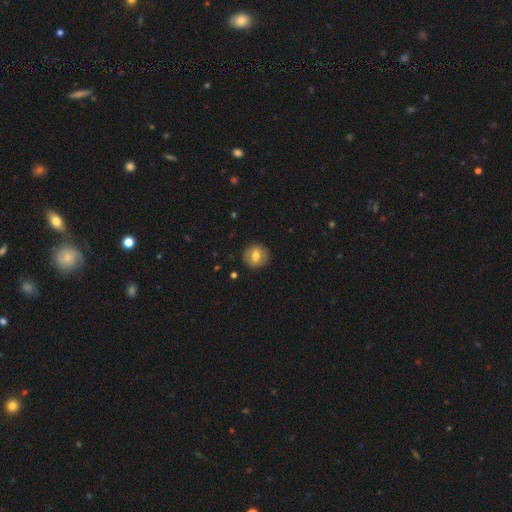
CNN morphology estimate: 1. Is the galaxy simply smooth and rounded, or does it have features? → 67% smooth, 24% featured or disk, 9% star or artifact.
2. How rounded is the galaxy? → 88% round, 10% in between, 1% cigar-shaped.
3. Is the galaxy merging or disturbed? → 90% none, 7% minor disturbance, 2% major disturbance, 1% merger.